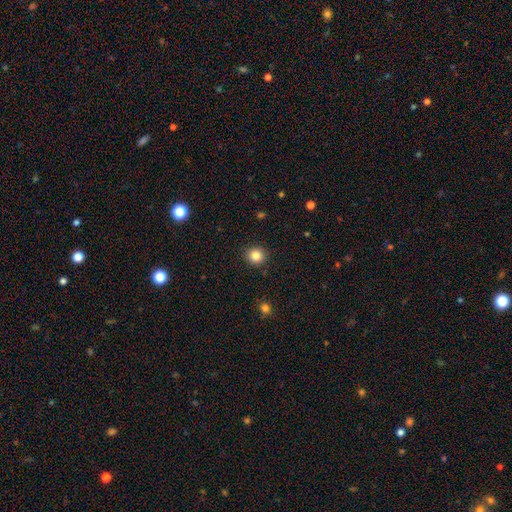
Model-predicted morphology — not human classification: The model was most divided on "smooth or featured": smooth: 85%, star or artifact: 11%, featured or disk: 5%. More confident: merging — none (91%); how rounded — round (90%).